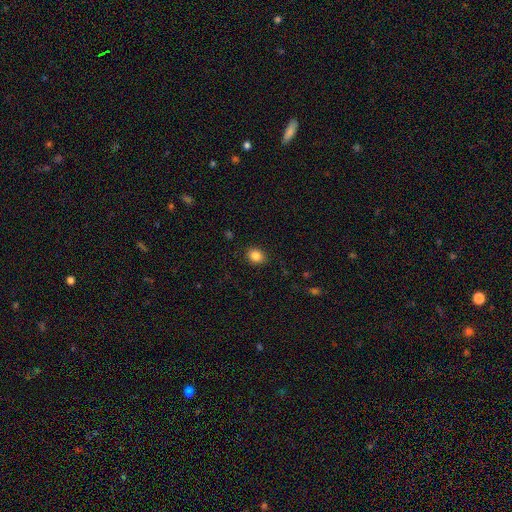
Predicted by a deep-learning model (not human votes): Smooth or featured? Predicted: smooth (p=0.85). How rounded? Predicted: round (p=0.53). Merging? Predicted: none (p=0.89).